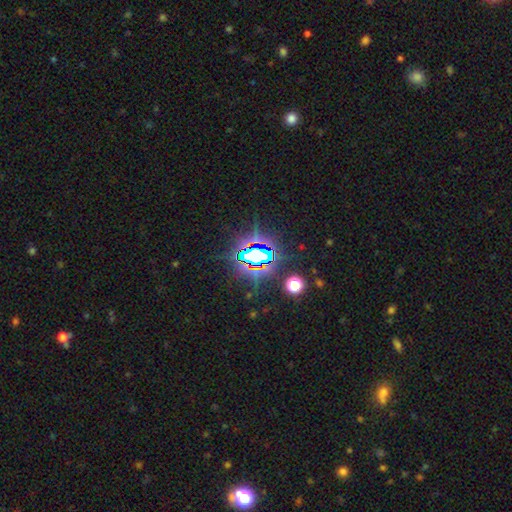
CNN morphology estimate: star or artifact 76%, featured or disk 12%, smooth 12%.